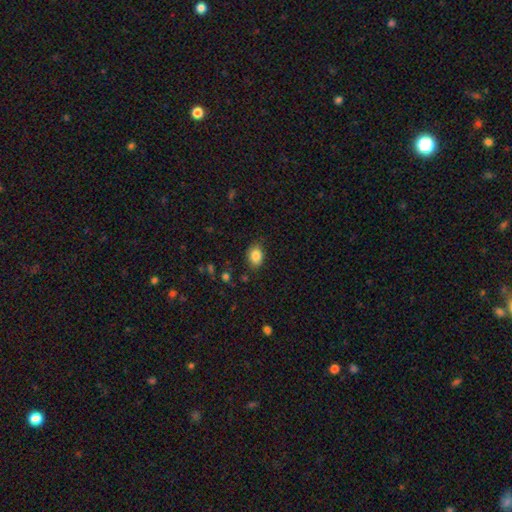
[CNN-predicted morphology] Q: Smooth or featured?
A: smooth (86%); runner-up: star or artifact (9%)
Q: How rounded?
A: in between (76%); runner-up: round (23%)
Q: Merging?
A: none (83%); runner-up: minor disturbance (13%)